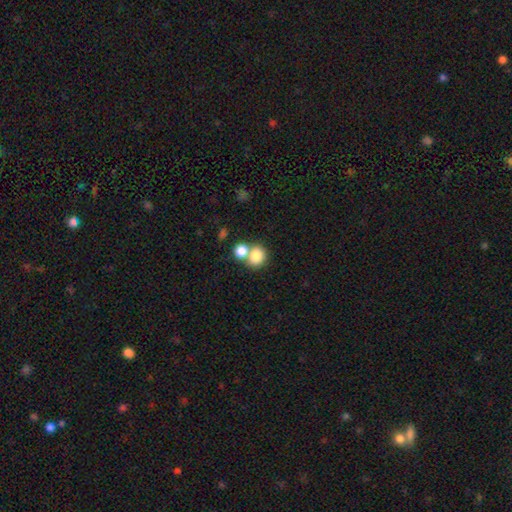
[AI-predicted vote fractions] Morphology: type=smooth (82%); roundness=round (71%); merging=merger (47%).